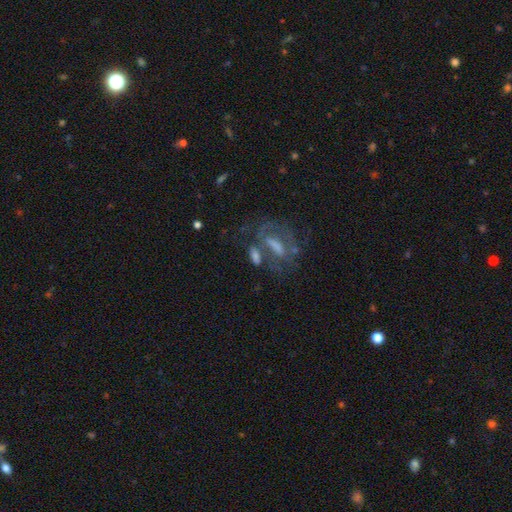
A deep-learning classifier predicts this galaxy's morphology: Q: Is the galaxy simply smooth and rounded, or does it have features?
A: featured or disk — 45%.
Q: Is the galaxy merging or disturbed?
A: none — 39%.